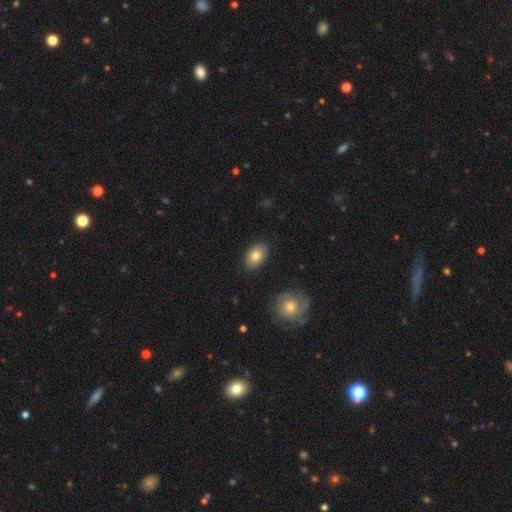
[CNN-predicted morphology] Smooth or featured?
  - smooth: 79% *
  - featured or disk: 13%
  - star or artifact: 7%
How rounded?
  - in between: 89% *
  - round: 10%
  - cigar-shaped: 1%
Merging?
  - none: 87% *
  - minor disturbance: 9%
  - major disturbance: 2%
  - merger: 2%